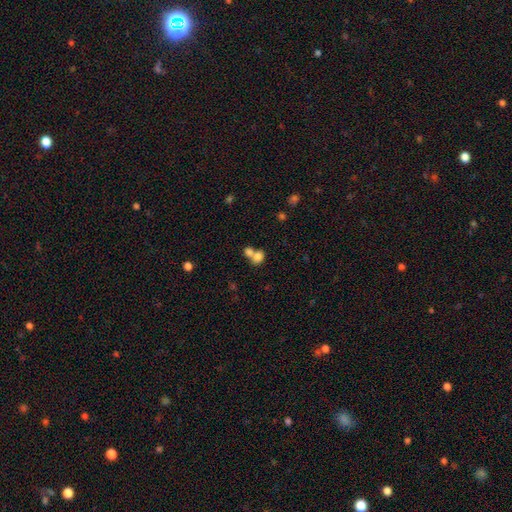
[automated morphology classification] type=smooth (78%); roundness=in between (50%); merging=merger (62%).